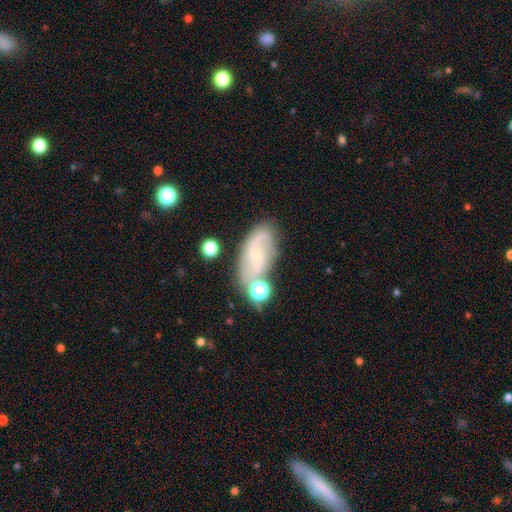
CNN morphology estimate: Smooth or featured? featured or disk (63%)
Edge-on disk? no (94%)
Bar? no (54%)
Spiral arms? yes (89%)
Spiral winding? medium (41%)
Spiral arm count? 2 (76%)
Bulge size? small (66%)
Merging? none (60%)